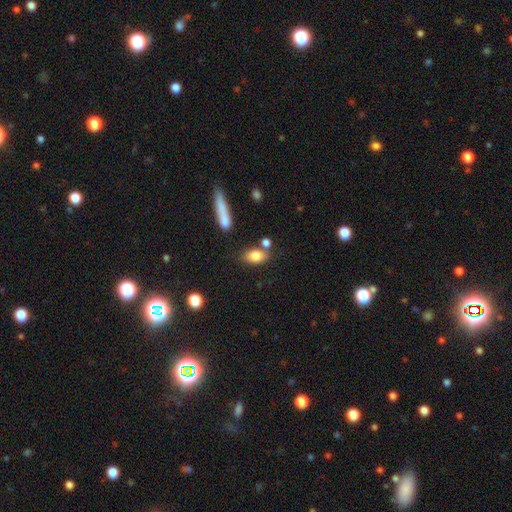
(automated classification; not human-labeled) A smooth galaxy with no disk features (82%) that is in between round and cigar-shaped (81%). Merging: none (65%).